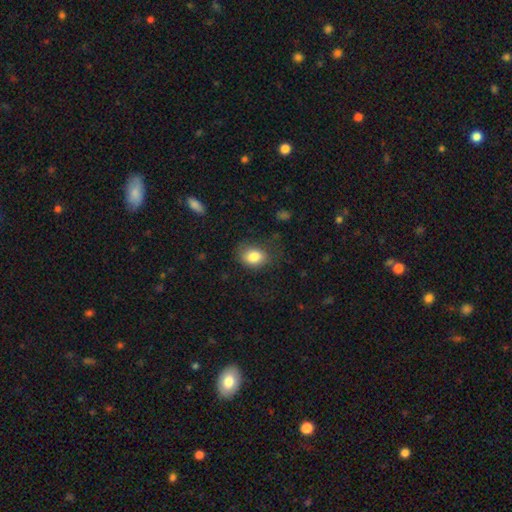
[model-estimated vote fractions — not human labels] This appears to be a smooth galaxy with no disk features (82%) that is in between round and cigar-shaped (69%). Merging: none (66%).